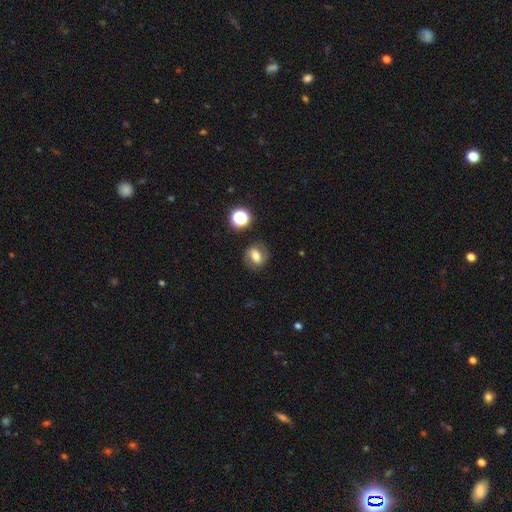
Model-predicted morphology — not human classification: A smooth galaxy with no disk features (49%). Merging: none (80%).